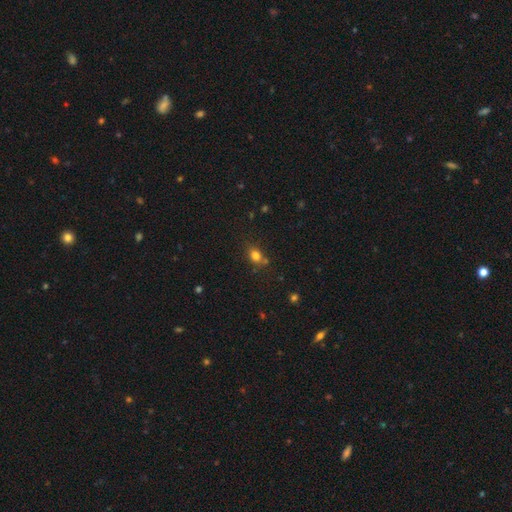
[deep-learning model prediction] The model was most divided on "how rounded": round: 50%, in between: 48%, cigar-shaped: 2%. More confident: smooth or featured — smooth (78%); merging — none (64%).